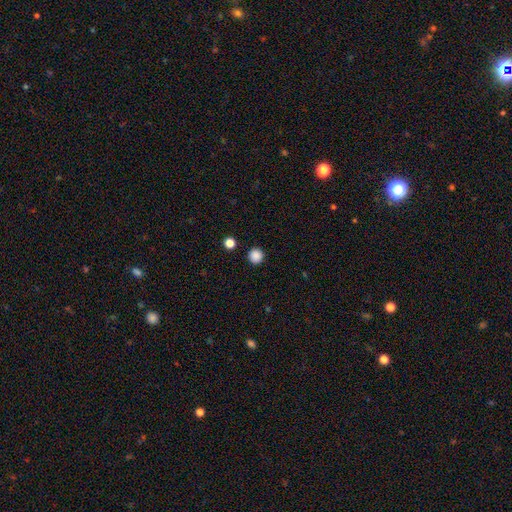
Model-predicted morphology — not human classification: type=smooth (87%); roundness=round (96%); merging=none (91%).